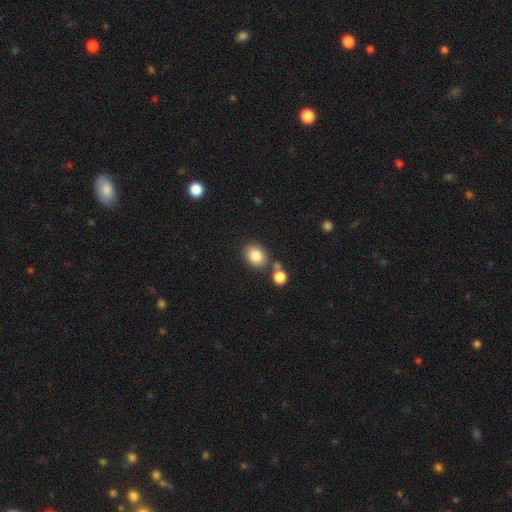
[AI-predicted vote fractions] Smooth or featured? Predicted: smooth (p=0.84). How rounded? Predicted: in between (p=0.51). Merging? Predicted: none (p=0.72).